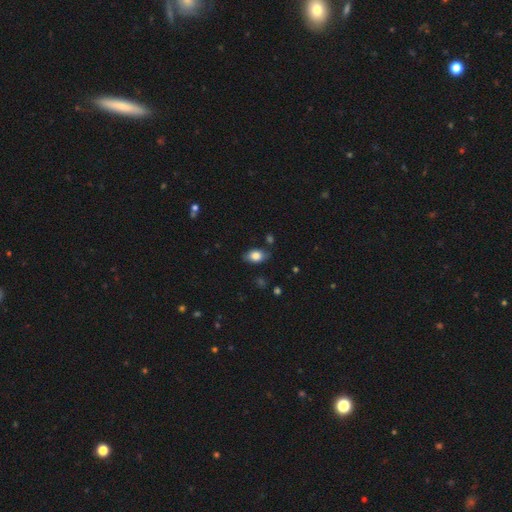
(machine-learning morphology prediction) smooth 81%, featured or disk 12%, star or artifact 8%. Down the decision tree: how rounded — in between (86%); merging — none (79%).